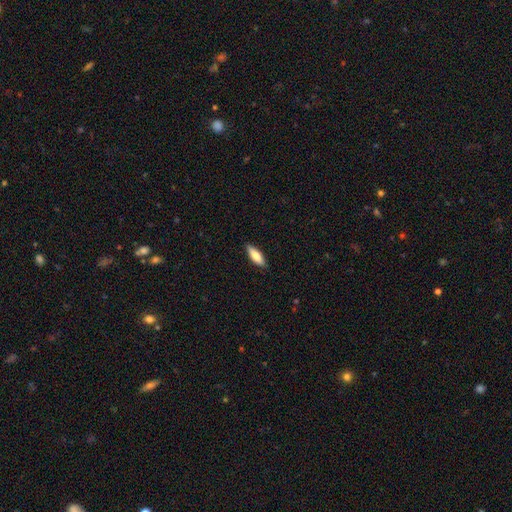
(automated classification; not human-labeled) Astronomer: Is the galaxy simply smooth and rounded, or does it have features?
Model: smooth — 77%.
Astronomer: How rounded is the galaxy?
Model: in between — 61% (runner-up: cigar-shaped, 37%).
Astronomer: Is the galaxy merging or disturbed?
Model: none — 88%.